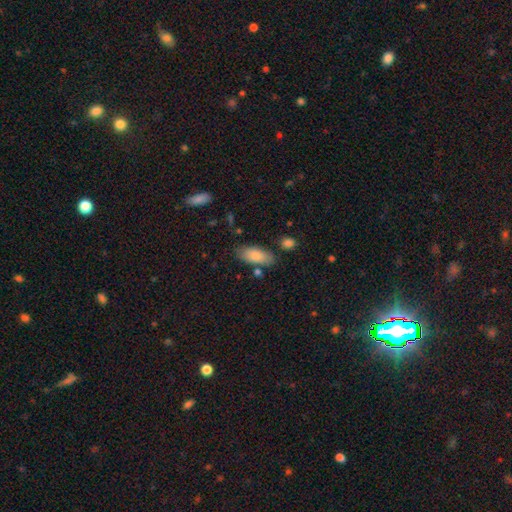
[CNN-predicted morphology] Smooth or featured? Predicted: smooth (p=0.85). How rounded? Predicted: in between (p=0.85). Merging? Predicted: none (p=0.77).